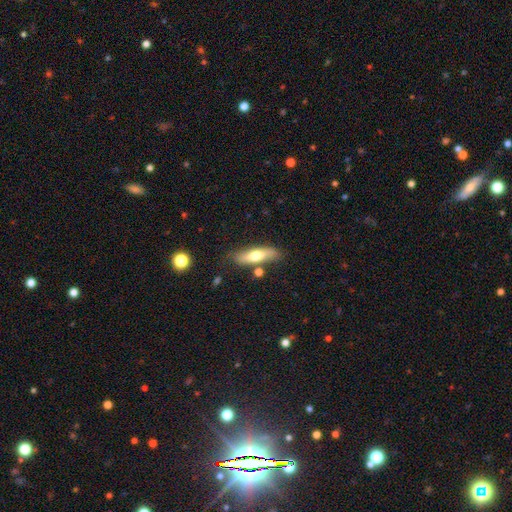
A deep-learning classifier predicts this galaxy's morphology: smooth_or_featured: smooth (p=0.60) [alt: featured or disk p=0.33]
how_rounded: cigar-shaped (p=0.56) [alt: in between p=0.41]
merging: none (p=0.76) [alt: minor disturbance p=0.15]